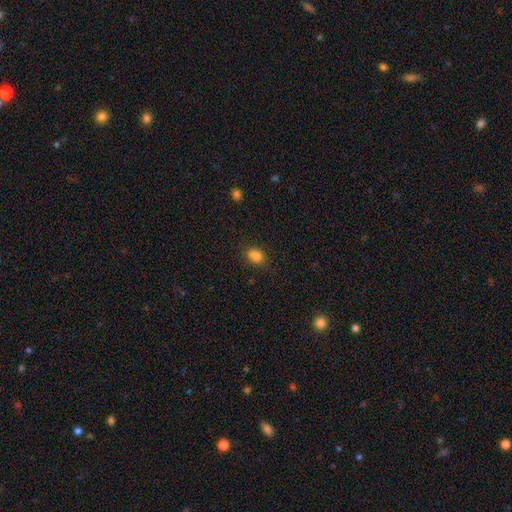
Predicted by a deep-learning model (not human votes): This is clearly a smooth galaxy (82%). How rounded: possibly in between (60%). Merging: likely none (73%).